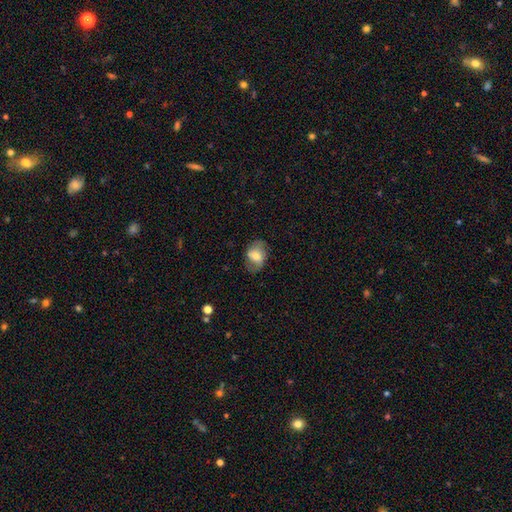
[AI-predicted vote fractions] smooth_or_featured: smooth (p=0.56) [alt: featured or disk p=0.36]
how_rounded: in between (p=0.75) [alt: round p=0.23]
merging: none (p=0.68) [alt: minor disturbance p=0.21]